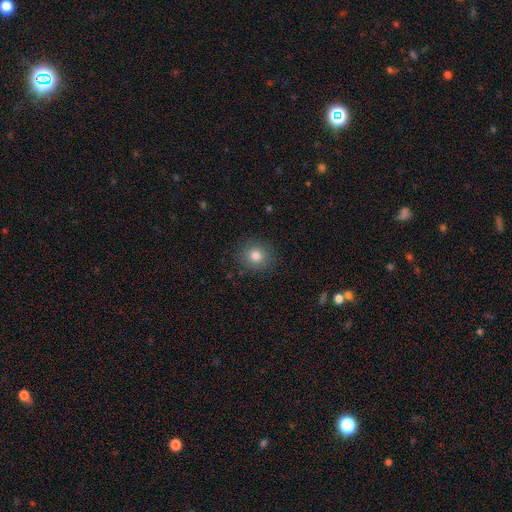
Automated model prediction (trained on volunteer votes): Smooth or featured?
  - smooth: 81% *
  - star or artifact: 12%
  - featured or disk: 8%
How rounded?
  - round: 88% *
  - in between: 11%
  - cigar-shaped: 1%
Merging?
  - none: 89% *
  - minor disturbance: 8%
  - major disturbance: 3%
  - merger: 1%